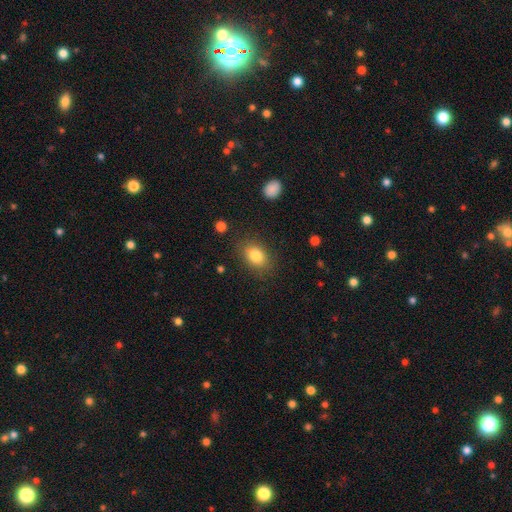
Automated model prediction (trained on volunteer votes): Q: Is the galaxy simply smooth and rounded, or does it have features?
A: smooth — 82%.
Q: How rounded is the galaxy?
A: in between — 74%.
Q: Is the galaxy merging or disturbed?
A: none — 83%.